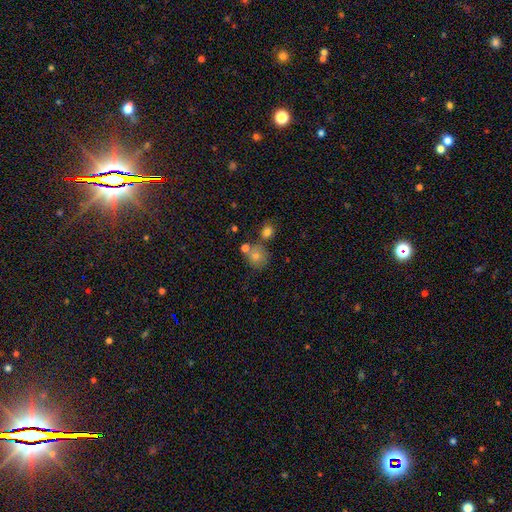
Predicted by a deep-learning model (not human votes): smooth 70%, star or artifact 17%, featured or disk 13%. Down the decision tree: how rounded — round (81%); merging — none (58%).